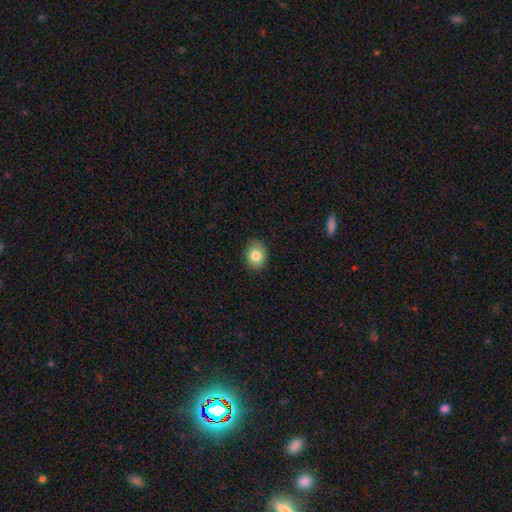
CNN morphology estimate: Smooth or featured: smooth — 83% (star or artifact — 9%)
How rounded: round — 50% (in between — 49%)
Merging: none — 87% (minor disturbance — 10%)